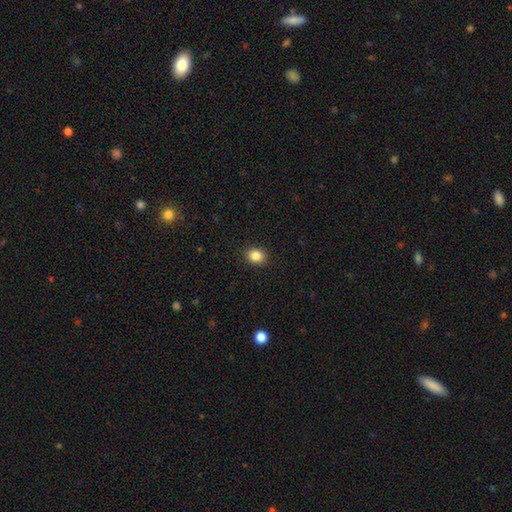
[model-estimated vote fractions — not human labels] This is clearly a smooth galaxy (85%). How rounded: likely round (61%). Merging: clearly none (92%).